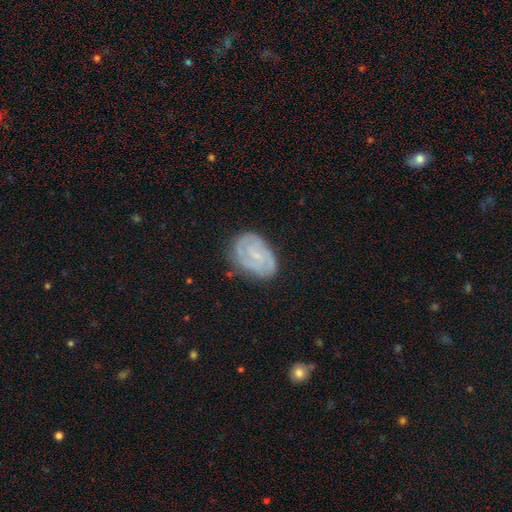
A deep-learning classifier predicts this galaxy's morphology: featured or disk 75%, smooth 18%, star or artifact 7%. Down the decision tree: edge-on disk — no (97%); bar — no (49%); spiral arms — yes (90%); spiral arm count — 2 (50%); spiral winding — tight (57%); bulge size — small (72%); merging — none (74%).